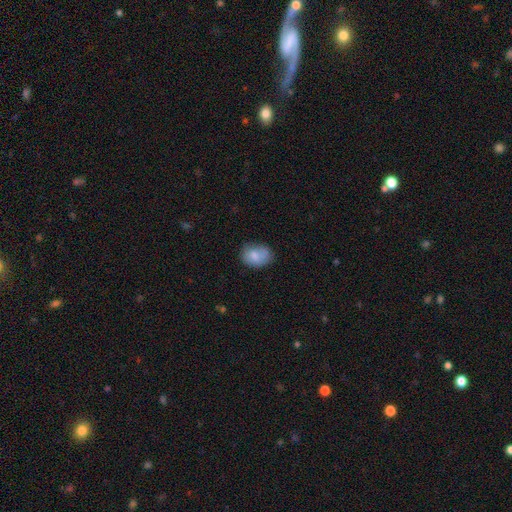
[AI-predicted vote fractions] smooth_or_featured: smooth (p=0.78) [alt: featured or disk p=0.15]
how_rounded: in between (p=0.62) [alt: round p=0.37]
merging: none (p=0.58) [alt: minor disturbance p=0.27]